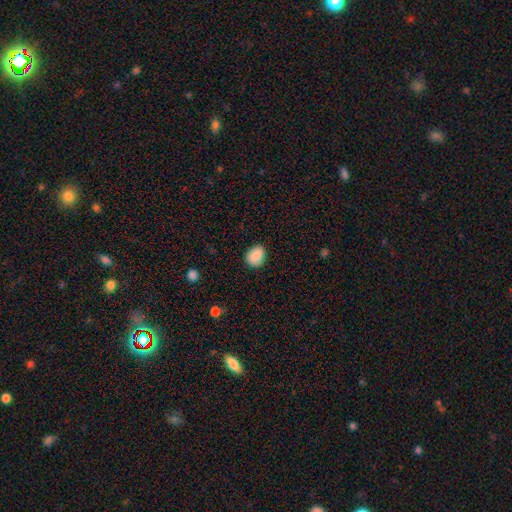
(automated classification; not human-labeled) smooth_or_featured: smooth (p=0.88) [alt: star or artifact p=0.08]
how_rounded: in between (p=0.54) [alt: round p=0.45]
merging: none (p=0.83) [alt: minor disturbance p=0.13]